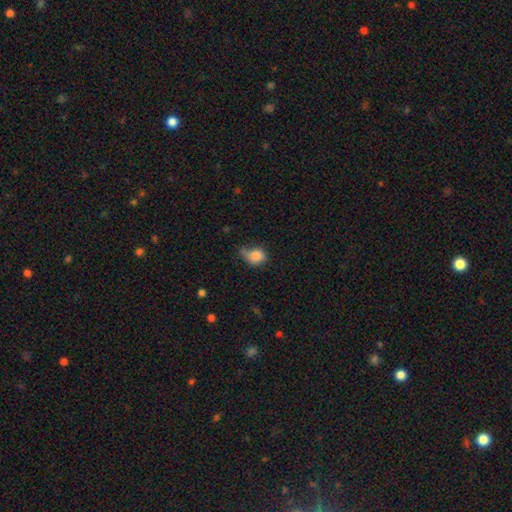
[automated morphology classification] This is clearly a smooth galaxy (81%). How rounded: possibly in between (56%). Merging: marginally minor disturbance (40%).